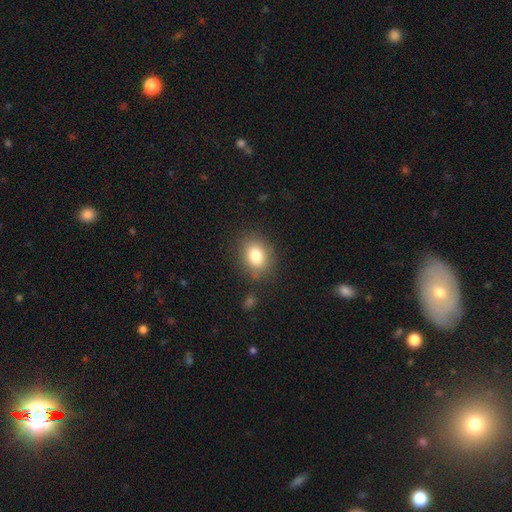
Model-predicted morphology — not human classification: A smooth galaxy with no disk features (81%) that is in between round and cigar-shaped (57%).

Vote fractions:
- Smooth or featured? smooth: 81% / star or artifact: 10% / featured or disk: 9%
- How rounded? in between: 57% / round: 42% / cigar-shaped: 1%
- Merging? none: 82% / minor disturbance: 12% / major disturbance: 4% / merger: 2%